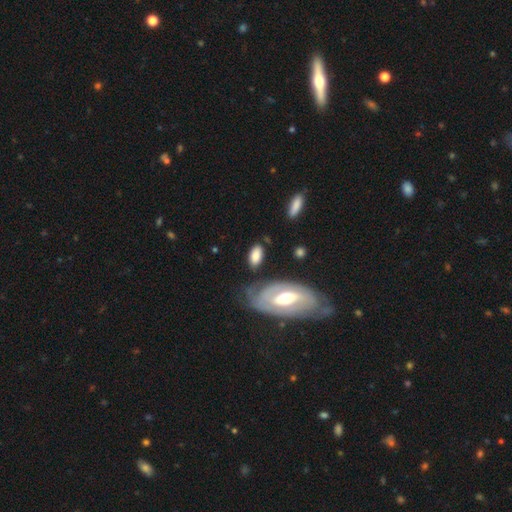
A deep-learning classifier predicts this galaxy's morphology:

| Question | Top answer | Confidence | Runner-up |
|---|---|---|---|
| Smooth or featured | smooth | 75% | featured or disk (19%) |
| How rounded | in between | 88% | cigar-shaped (7%) |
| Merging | none | 71% | minor disturbance (17%) |